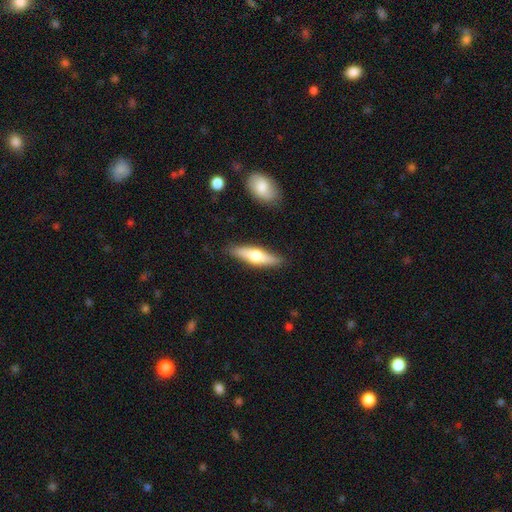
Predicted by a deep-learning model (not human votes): Smooth or featured? featured or disk (50%)
Merging? none (86%)